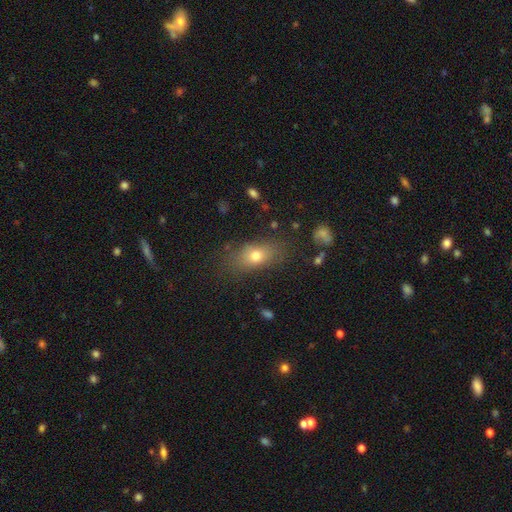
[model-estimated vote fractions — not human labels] This appears to be a smooth galaxy with no disk features (73%) that is in between round and cigar-shaped (77%). Merging: none (75%).